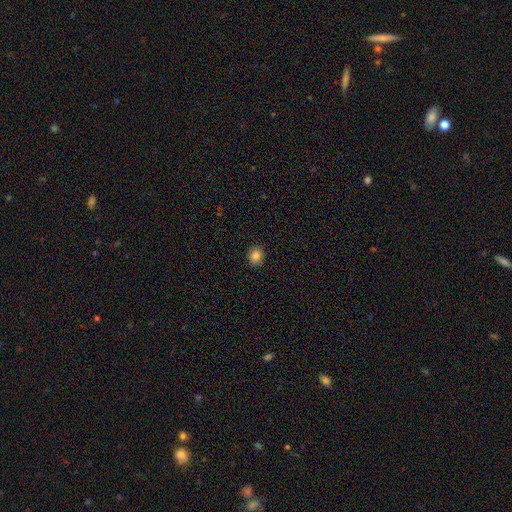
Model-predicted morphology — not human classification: This appears to be a smooth galaxy with no disk features (84%) that is round (73%). Merging: none (89%).